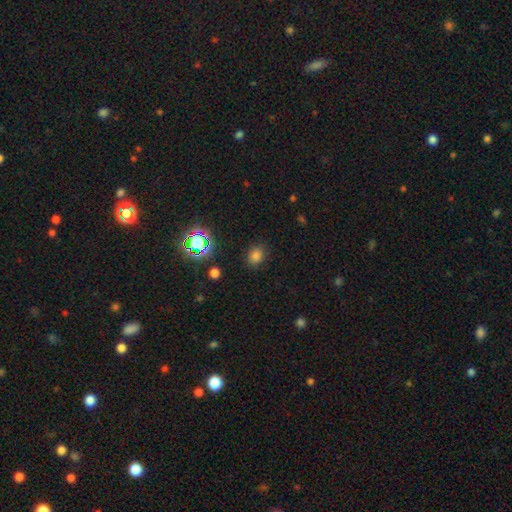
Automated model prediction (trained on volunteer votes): smooth-or-featured: smooth: 75% | star or artifact: 19% | featured or disk: 6%
  how-rounded: in between: 52% | round: 47% | cigar-shaped: 1%
  merging: none: 84% | minor disturbance: 11% | major disturbance: 3% | merger: 2%